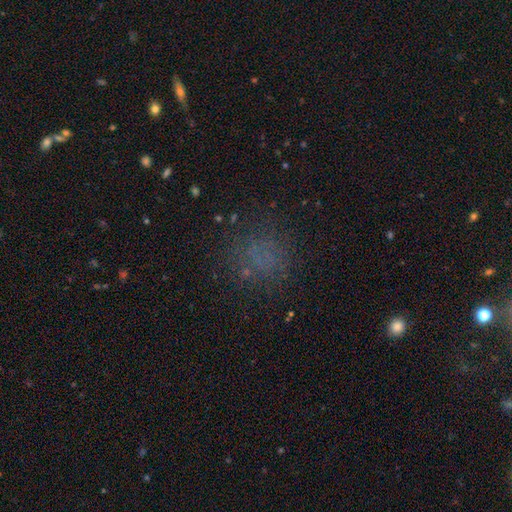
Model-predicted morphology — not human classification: Smooth or featured: smooth — 58% (star or artifact — 32%)
How rounded: round — 84% (in between — 15%)
Merging: none — 78% (minor disturbance — 12%)